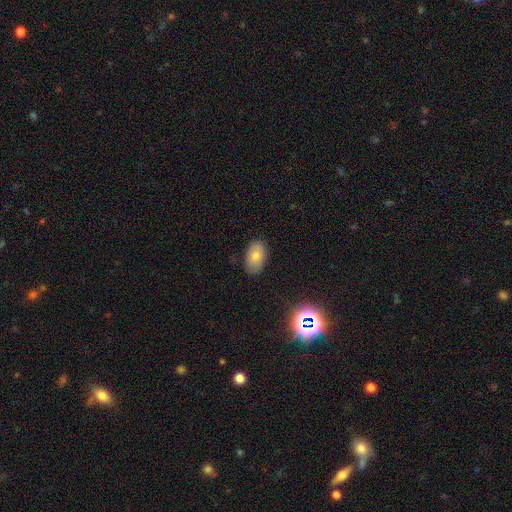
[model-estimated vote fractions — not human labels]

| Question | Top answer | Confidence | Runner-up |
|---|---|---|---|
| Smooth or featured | smooth | 76% | featured or disk (14%) |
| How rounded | in between | 92% | round (7%) |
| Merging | none | 83% | minor disturbance (13%) |